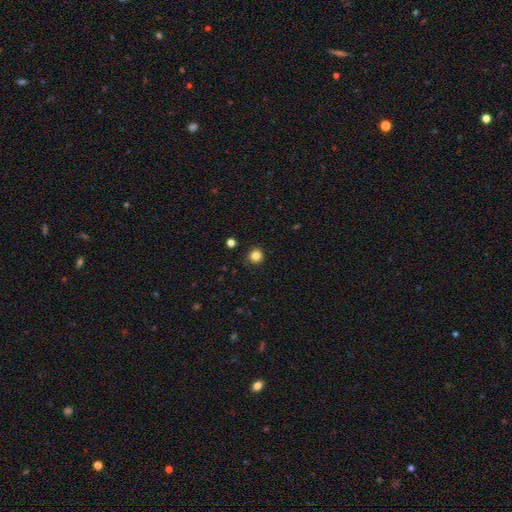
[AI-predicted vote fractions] Overall: smooth (83%). How rounded: round (93%). Merging: none (90%).